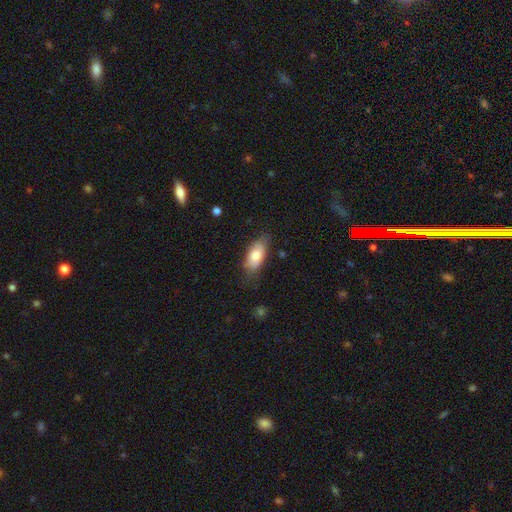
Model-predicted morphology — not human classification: This is likely a smooth galaxy (78%). How rounded: clearly in between (86%). Merging: likely none (70%).